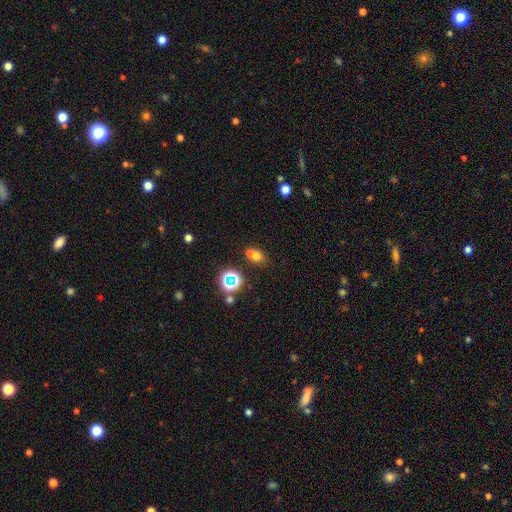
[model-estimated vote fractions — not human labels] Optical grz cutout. It shows a smooth galaxy with no disk features (61%) that is round (62%). Merging: none (48%).